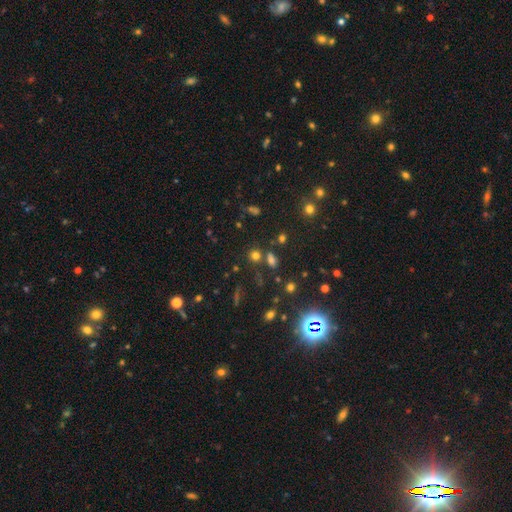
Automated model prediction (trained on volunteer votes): Overall: smooth (67%). How rounded: round (75%). Merging: none (73%).